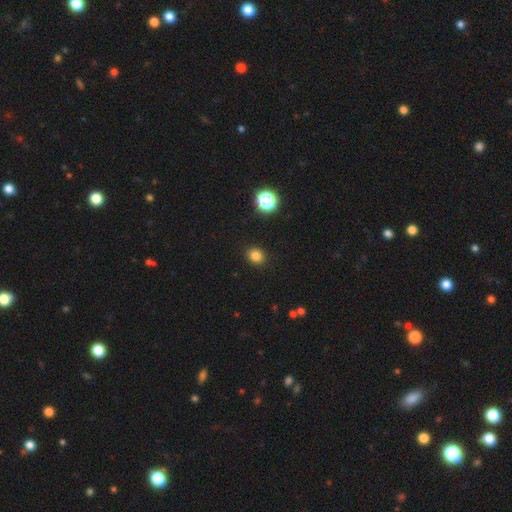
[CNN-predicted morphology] This appears to be a smooth galaxy with no disk features (82%) that is round (72%). Merging: none (91%).